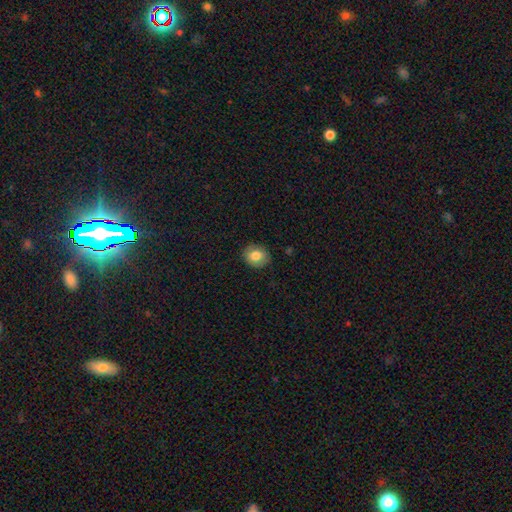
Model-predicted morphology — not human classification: Smooth or featured? smooth (81%)
How rounded? round (67%)
Merging? none (87%)